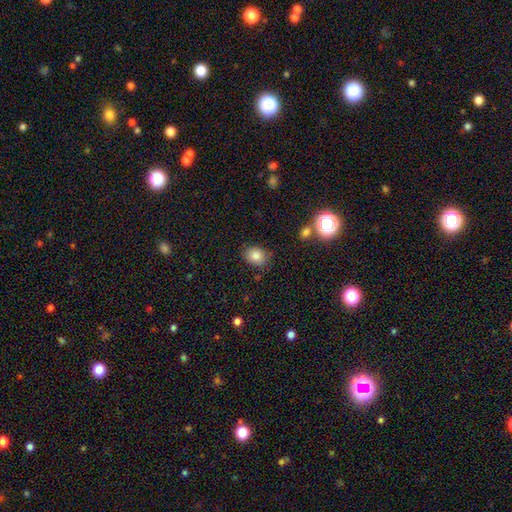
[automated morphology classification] smooth 82%, star or artifact 11%, featured or disk 7%. Down the decision tree: how rounded — round (55%); merging — none (82%).